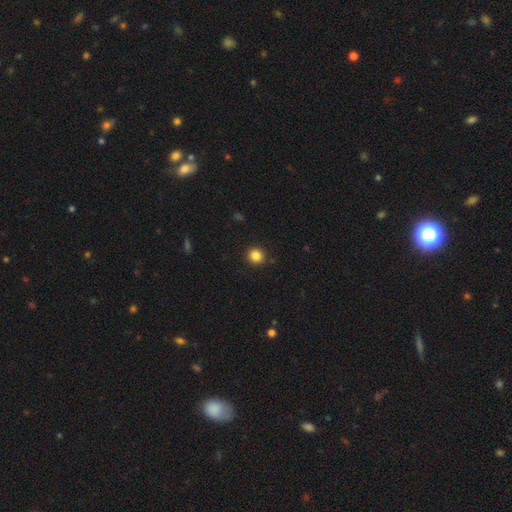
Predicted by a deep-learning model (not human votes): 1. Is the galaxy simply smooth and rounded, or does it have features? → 84% smooth, 11% star or artifact, 4% featured or disk.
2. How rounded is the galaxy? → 92% round, 7% in between, 1% cigar-shaped.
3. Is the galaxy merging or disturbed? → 92% none, 6% minor disturbance, 2% major disturbance, 1% merger.